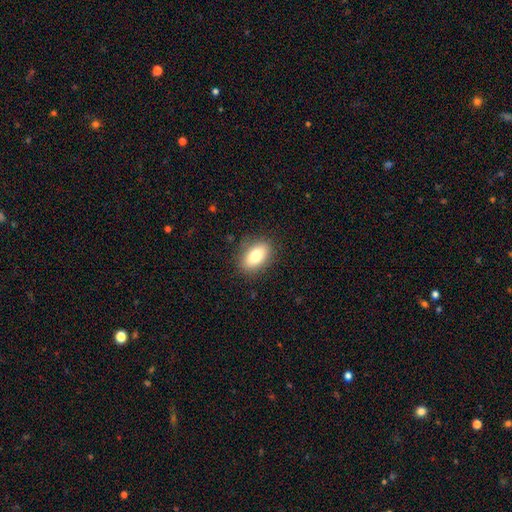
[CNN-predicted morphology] smooth 80%, featured or disk 13%, star or artifact 8%. Down the decision tree: how rounded — in between (88%); merging — none (85%).